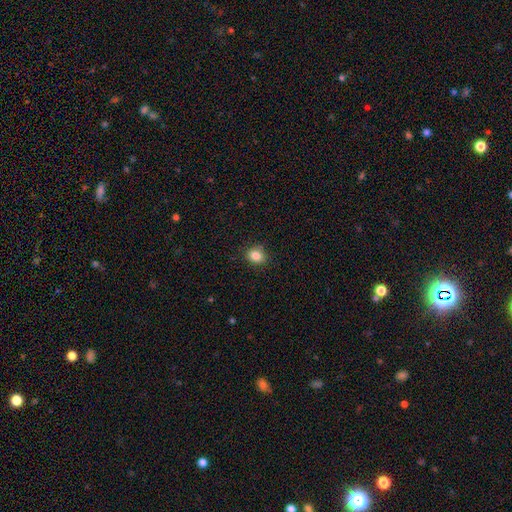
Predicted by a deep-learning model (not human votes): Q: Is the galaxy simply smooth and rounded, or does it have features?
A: smooth — 85%.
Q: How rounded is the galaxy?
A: round — 54%.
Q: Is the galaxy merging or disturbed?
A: none — 84%.